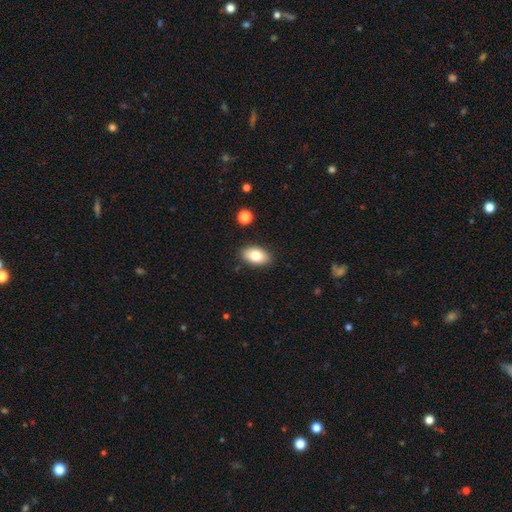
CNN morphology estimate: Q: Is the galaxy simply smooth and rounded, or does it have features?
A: smooth — 81%.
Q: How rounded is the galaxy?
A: in between — 91%.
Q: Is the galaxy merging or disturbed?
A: none — 88%.